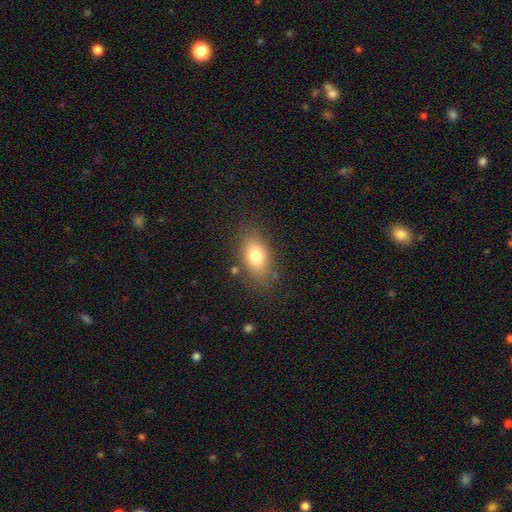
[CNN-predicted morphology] Smooth or featured: smooth — 77% (featured or disk — 13%)
How rounded: in between — 85% (round — 11%)
Merging: none — 81% (minor disturbance — 13%)